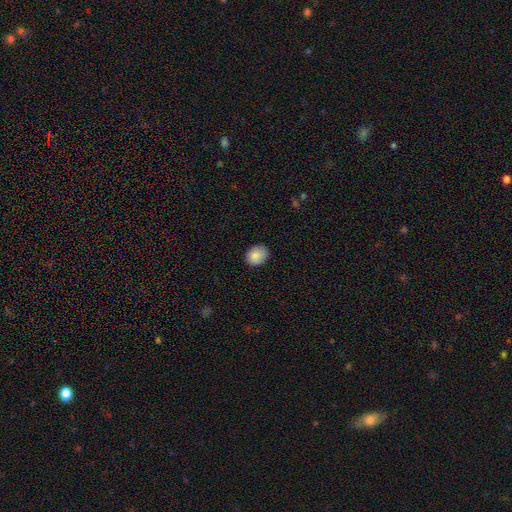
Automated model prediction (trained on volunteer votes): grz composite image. It shows a smooth galaxy with no disk features (85%) that is round (53%). Merging: none (80%).